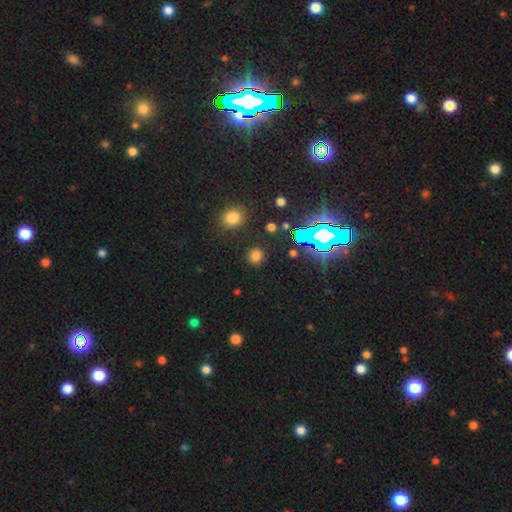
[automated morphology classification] smooth 68%, star or artifact 27%, featured or disk 5%. Down the decision tree: how rounded — round (85%); merging — none (88%).